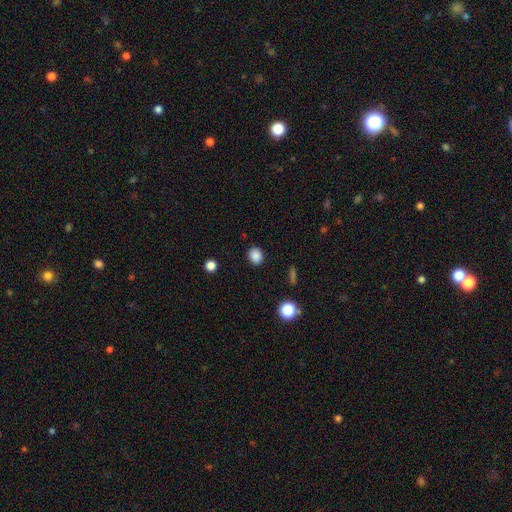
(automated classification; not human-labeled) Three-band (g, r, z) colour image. It shows a smooth galaxy with no disk features (86%) that is round (68%). Merging: none (88%).